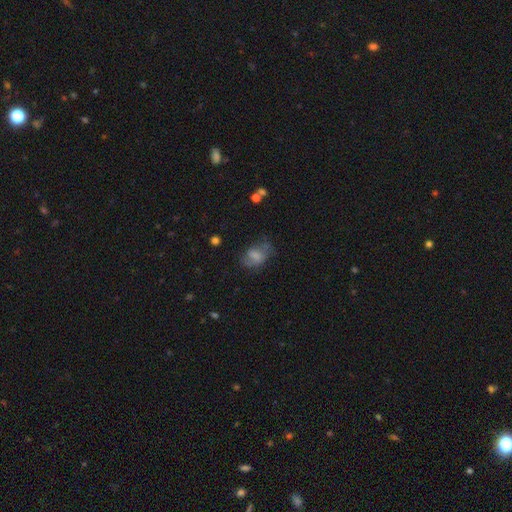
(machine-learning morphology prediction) Q: Smooth or featured?
A: smooth (53%); runner-up: featured or disk (37%)
Q: How rounded?
A: in between (79%); runner-up: round (20%)
Q: Merging?
A: none (45%); runner-up: minor disturbance (28%)